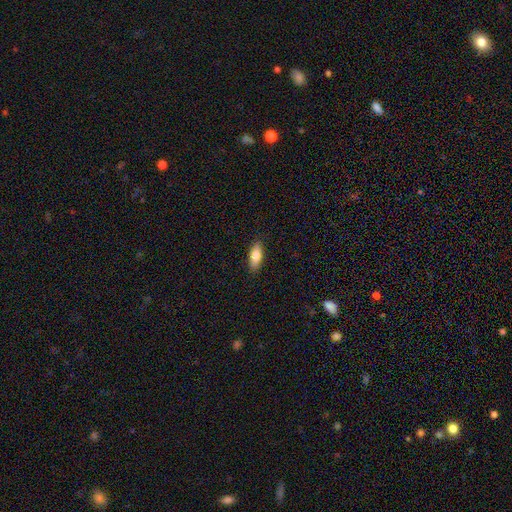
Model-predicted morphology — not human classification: This is likely a smooth galaxy (80%). How rounded: likely in between (76%). Merging: clearly none (88%).